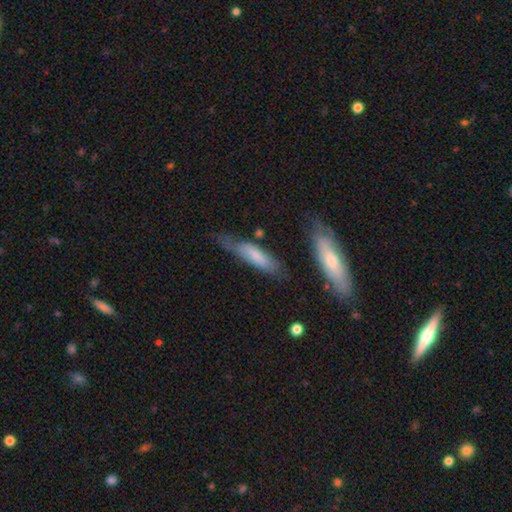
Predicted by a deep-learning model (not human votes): Smooth or featured?
  - smooth: 64% *
  - featured or disk: 30%
  - star or artifact: 6%
How rounded?
  - cigar-shaped: 67% *
  - in between: 32%
  - round: 2%
Merging?
  - none: 54% *
  - minor disturbance: 28%
  - major disturbance: 12%
  - merger: 6%